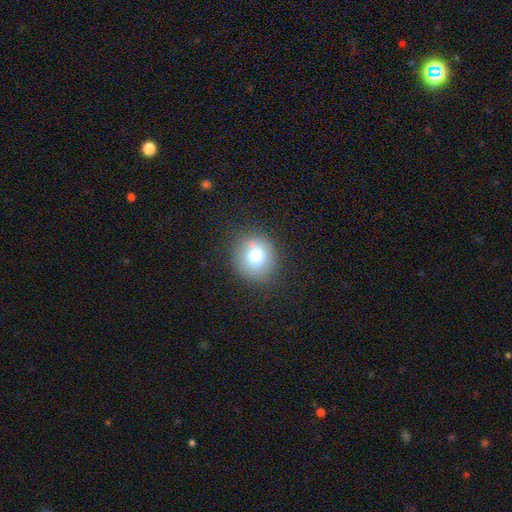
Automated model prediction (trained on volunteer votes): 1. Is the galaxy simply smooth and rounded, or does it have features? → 76% smooth, 13% featured or disk, 11% star or artifact.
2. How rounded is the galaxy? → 78% round, 21% in between, 1% cigar-shaped.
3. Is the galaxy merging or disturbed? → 77% none, 15% minor disturbance, 5% major disturbance, 3% merger.